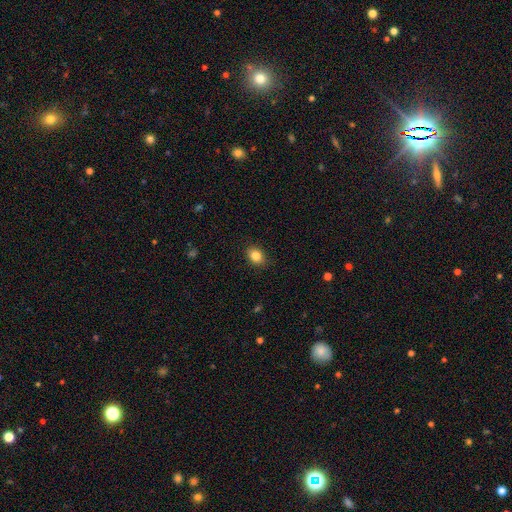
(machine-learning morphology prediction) smooth-or-featured: smooth: 84% | star or artifact: 10% | featured or disk: 6%
  how-rounded: in between: 62% | round: 37% | cigar-shaped: 1%
  merging: none: 88% | minor disturbance: 9% | major disturbance: 2% | merger: 1%